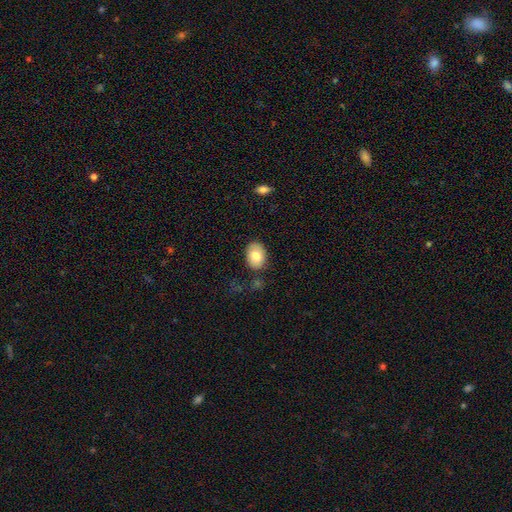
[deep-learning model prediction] Smooth or featured? Predicted: smooth (p=0.78). How rounded? Predicted: in between (p=0.78). Merging? Predicted: none (p=0.81).